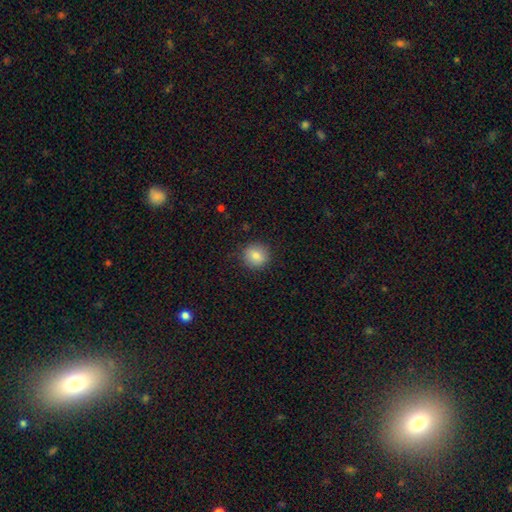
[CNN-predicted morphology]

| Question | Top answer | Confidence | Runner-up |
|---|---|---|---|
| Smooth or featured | smooth | 84% | star or artifact (9%) |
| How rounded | round | 89% | in between (10%) |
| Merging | none | 88% | minor disturbance (8%) |